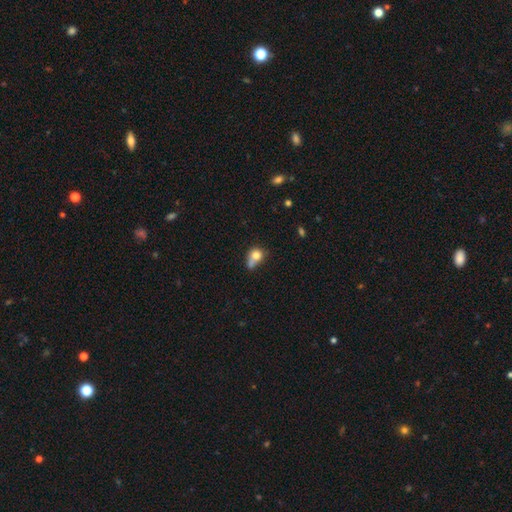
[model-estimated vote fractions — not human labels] smooth_or_featured: smooth (p=0.75) [alt: featured or disk p=0.14]
how_rounded: round (p=0.60) [alt: in between p=0.38]
merging: merger (p=0.31) [alt: none p=0.30]